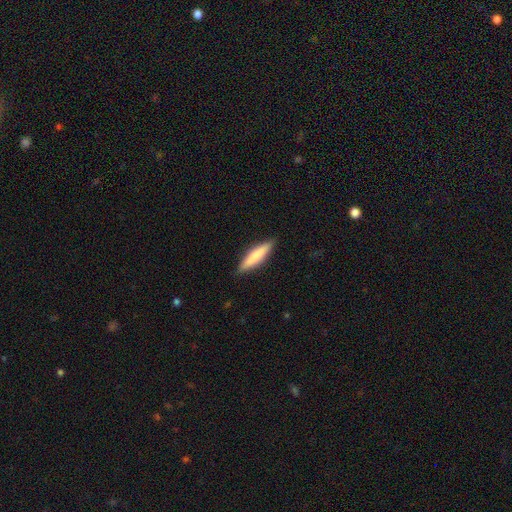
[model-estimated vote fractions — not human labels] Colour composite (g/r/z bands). It shows a smooth galaxy with no disk features (75%) that is cigar-shaped (82%). Merging: none (89%).